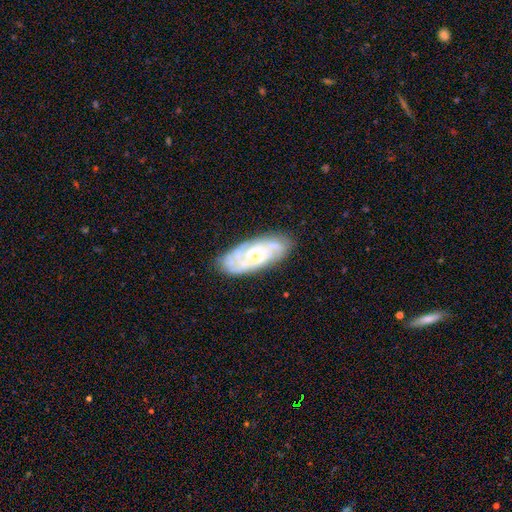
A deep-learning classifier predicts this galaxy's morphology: Smooth or featured? featured or disk (74%)
Edge-on disk? no (90%)
Bar? no (66%)
Spiral arms? yes (90%)
Spiral winding? tight (65%)
Spiral arm count? can't tell (40%)
Bulge size? small (51%)
Merging? none (79%)